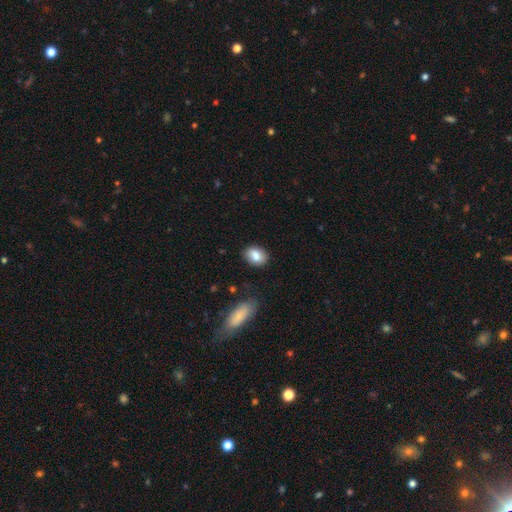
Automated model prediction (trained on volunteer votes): Smooth or featured?
  - smooth: 84% *
  - featured or disk: 9%
  - star or artifact: 7%
How rounded?
  - in between: 71% *
  - round: 28%
  - cigar-shaped: 1%
Merging?
  - none: 83% *
  - minor disturbance: 12%
  - major disturbance: 3%
  - merger: 2%